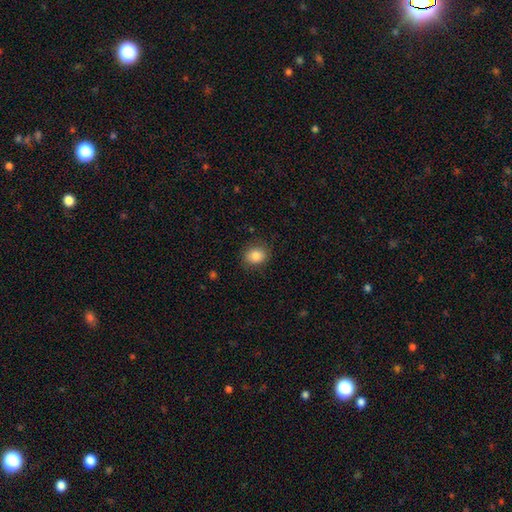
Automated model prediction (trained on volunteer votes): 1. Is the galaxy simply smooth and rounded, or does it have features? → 85% smooth, 9% star or artifact, 6% featured or disk.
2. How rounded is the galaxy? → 60% round, 39% in between, 1% cigar-shaped.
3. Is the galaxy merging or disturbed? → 85% none, 11% minor disturbance, 3% major disturbance, 1% merger.